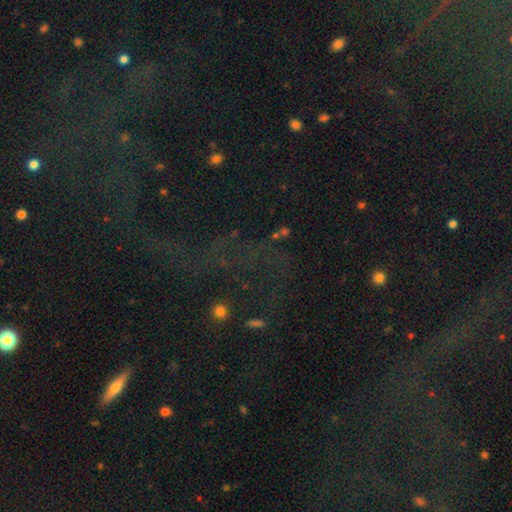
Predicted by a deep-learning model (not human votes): Smooth or featured: star or artifact — 68% (smooth — 17%)